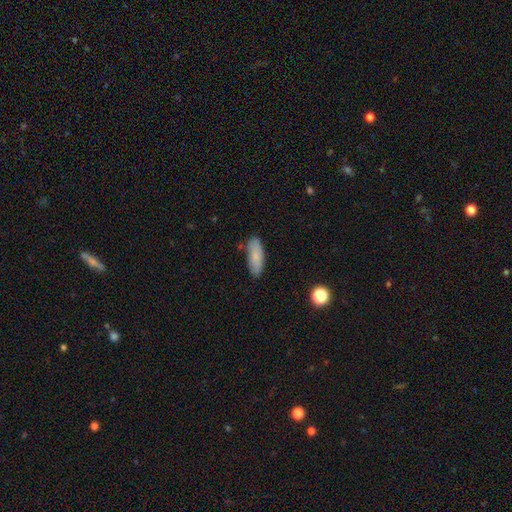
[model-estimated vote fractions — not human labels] Smooth or featured? smooth (81%)
How rounded? in between (67%)
Merging? none (81%)